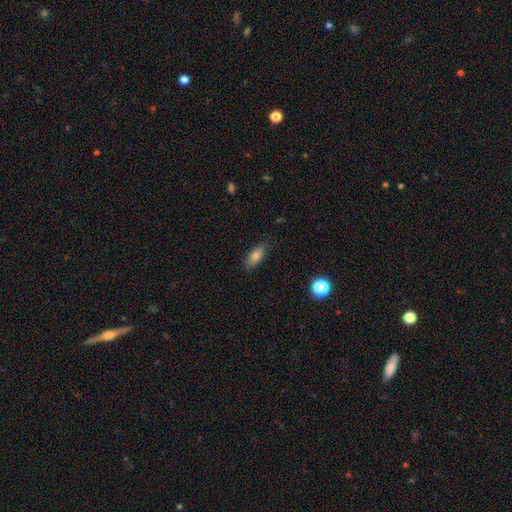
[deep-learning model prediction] smooth_or_featured: smooth (p=0.77) [alt: featured or disk p=0.13]
how_rounded: in between (p=0.77) [alt: cigar-shaped p=0.19]
merging: none (p=0.85) [alt: minor disturbance p=0.11]